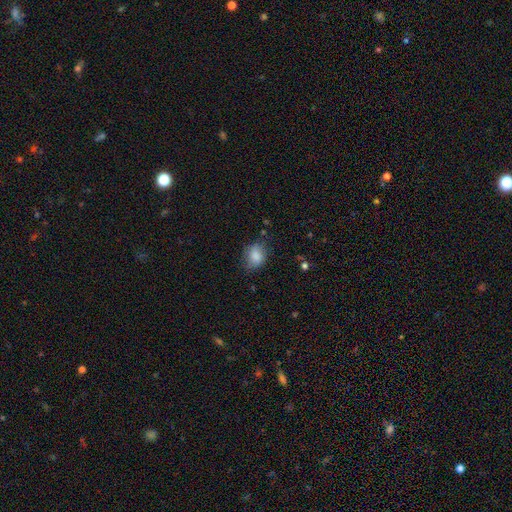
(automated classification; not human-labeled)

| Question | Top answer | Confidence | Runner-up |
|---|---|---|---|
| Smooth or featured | smooth | 82% | featured or disk (10%) |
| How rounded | in between | 57% | round (42%) |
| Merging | none | 63% | minor disturbance (27%) |